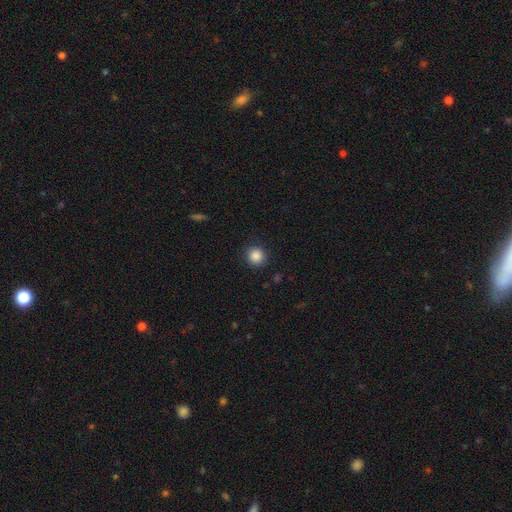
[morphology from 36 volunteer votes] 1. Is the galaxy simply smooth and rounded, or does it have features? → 89% smooth, 8% star or artifact, 3% featured or disk.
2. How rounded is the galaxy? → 91% round, 9% in between, 0% cigar-shaped.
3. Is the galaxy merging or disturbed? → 79% none, 15% minor disturbance, 6% major disturbance, 0% merger.